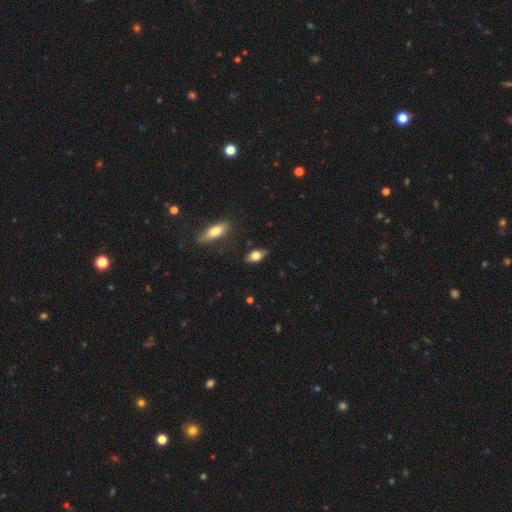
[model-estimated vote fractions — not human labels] Q: Smooth or featured?
A: smooth (75%); runner-up: featured or disk (17%)
Q: How rounded?
A: in between (85%); runner-up: cigar-shaped (9%)
Q: Merging?
A: none (81%); runner-up: minor disturbance (14%)